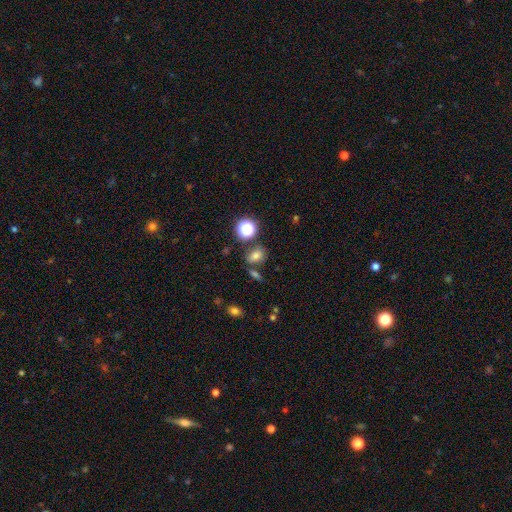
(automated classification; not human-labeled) Q: Smooth or featured?
A: smooth (71%); runner-up: star or artifact (18%)
Q: How rounded?
A: in between (66%); runner-up: round (32%)
Q: Merging?
A: none (70%); runner-up: merger (13%)